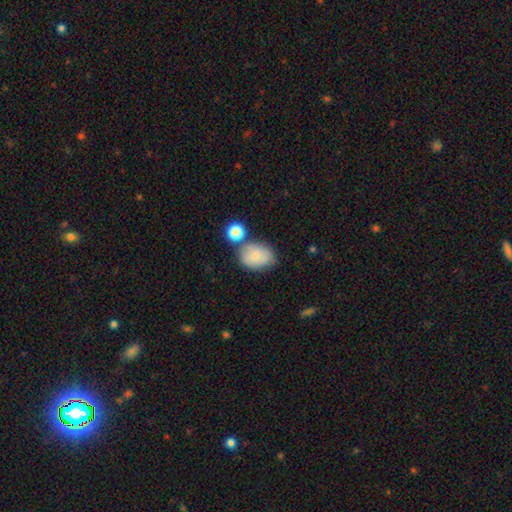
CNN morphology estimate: This is likely a smooth galaxy (80%). How rounded: likely in between (70%). Merging: possibly none (58%).